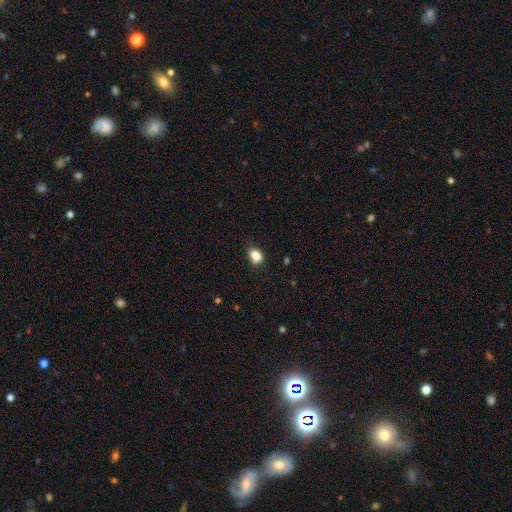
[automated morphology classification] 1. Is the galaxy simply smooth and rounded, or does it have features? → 84% smooth, 10% star or artifact, 5% featured or disk.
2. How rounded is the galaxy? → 67% in between, 32% round, 1% cigar-shaped.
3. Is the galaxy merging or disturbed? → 72% none, 21% minor disturbance, 4% major disturbance, 2% merger.